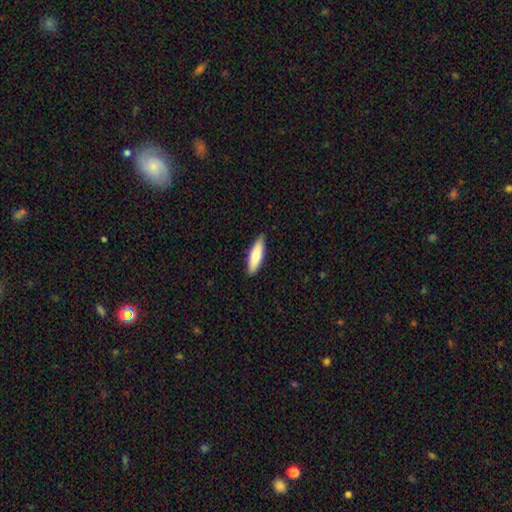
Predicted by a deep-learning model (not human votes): The model was most divided on "how rounded": cigar-shaped: 50%, in between: 49%, round: 2%. More confident: merging — none (88%); smooth or featured — smooth (78%).